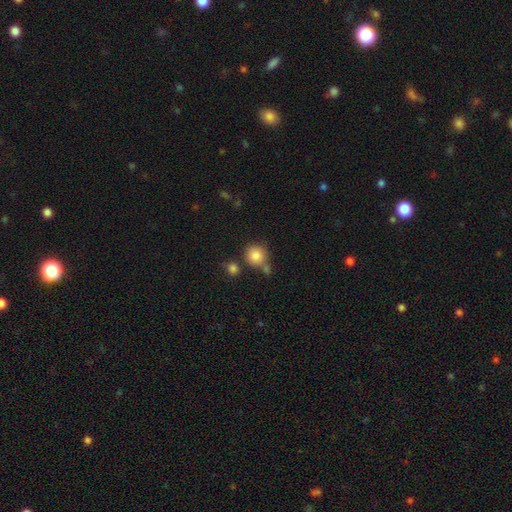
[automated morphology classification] This appears to be a smooth galaxy with no disk features (85%) that is round (91%). Merging: none (66%).